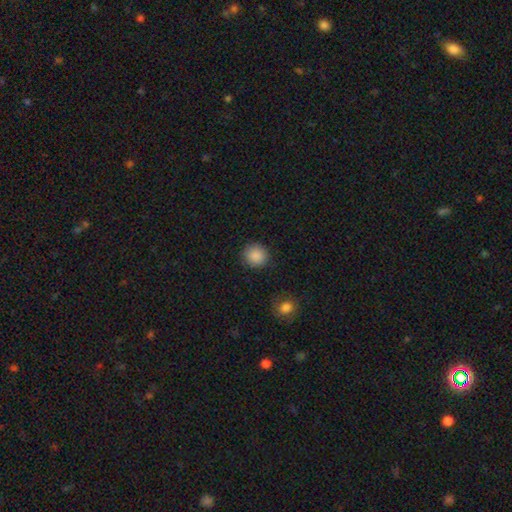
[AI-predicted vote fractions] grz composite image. It shows a smooth galaxy with no disk features (89%) that is round (90%). Merging: none (89%).